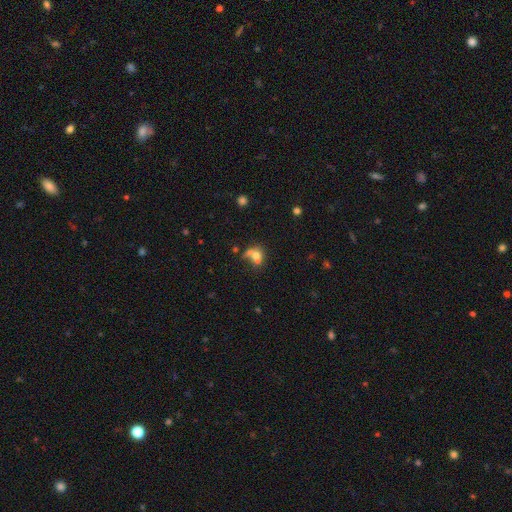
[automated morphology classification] Smooth or featured?
  - smooth: 66% *
  - featured or disk: 20%
  - star or artifact: 14%
How rounded?
  - round: 53% *
  - in between: 45%
  - cigar-shaped: 2%
Merging?
  - merger: 48% *
  - none: 28%
  - minor disturbance: 12%
  - major disturbance: 12%